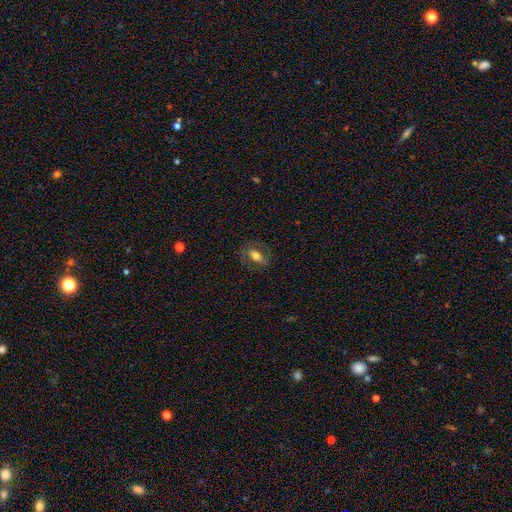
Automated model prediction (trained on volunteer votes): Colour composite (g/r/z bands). It shows a smooth galaxy with no disk features (51%) that is in between round and cigar-shaped (79%). Merging: none (75%).